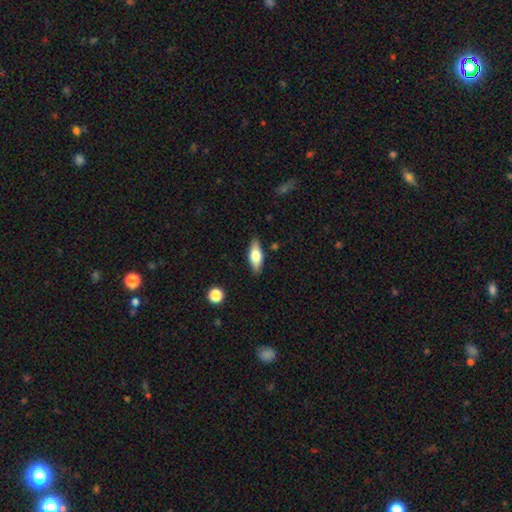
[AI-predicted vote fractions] Smooth or featured? smooth (63%)
How rounded? in between (72%)
Merging? none (87%)